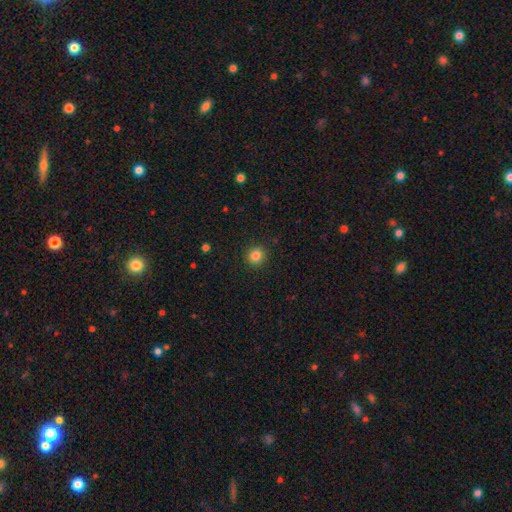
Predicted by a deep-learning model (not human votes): smooth-or-featured: smooth: 84% | star or artifact: 11% | featured or disk: 5%
  how-rounded: round: 88% | in between: 11% | cigar-shaped: 1%
  merging: none: 91% | minor disturbance: 6% | major disturbance: 2% | merger: 1%